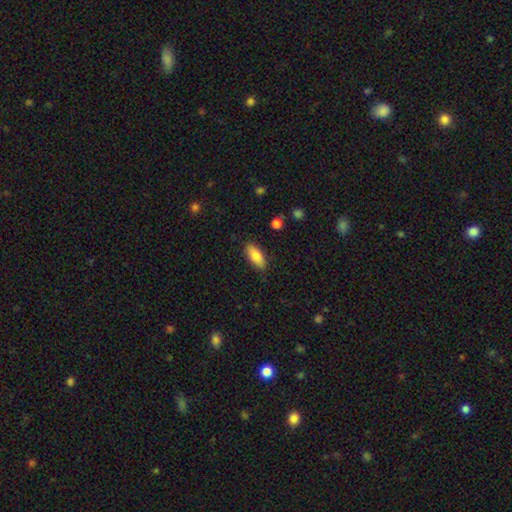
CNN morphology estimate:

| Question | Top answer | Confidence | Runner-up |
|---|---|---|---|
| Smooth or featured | smooth | 84% | featured or disk (9%) |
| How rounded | in between | 81% | cigar-shaped (17%) |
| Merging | none | 85% | minor disturbance (11%) |